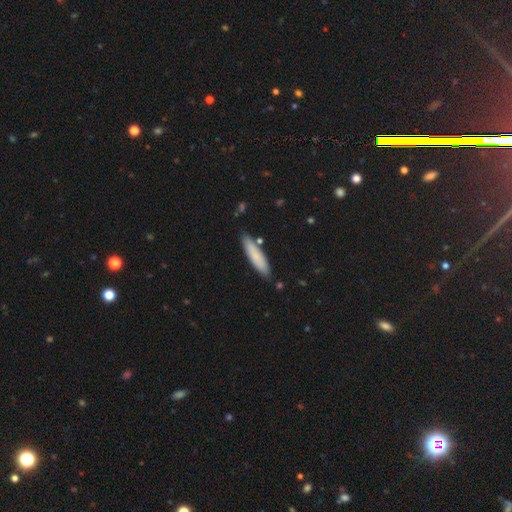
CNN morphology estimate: This is likely a smooth galaxy (79%). How rounded: likely cigar-shaped (78%). Merging: clearly none (84%).